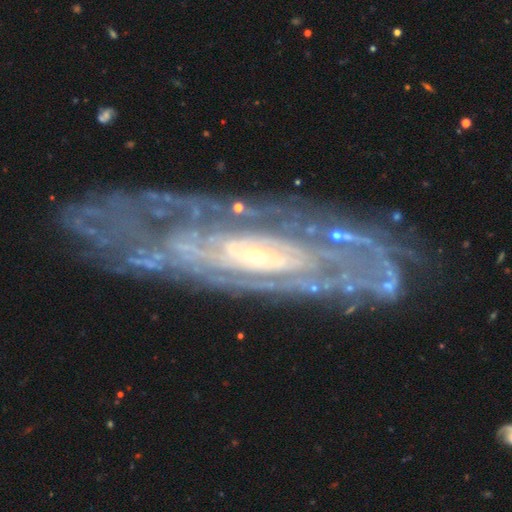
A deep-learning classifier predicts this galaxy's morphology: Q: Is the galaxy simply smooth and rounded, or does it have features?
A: featured or disk — 85%.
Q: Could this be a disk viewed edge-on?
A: no — 82%.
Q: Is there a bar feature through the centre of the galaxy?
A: no — 62%.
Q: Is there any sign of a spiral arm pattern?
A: yes — 89%.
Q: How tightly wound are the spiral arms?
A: tight — 70%.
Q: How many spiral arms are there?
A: can't tell — 50%.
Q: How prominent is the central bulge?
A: small — 68%.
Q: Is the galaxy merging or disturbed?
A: none — 75%.